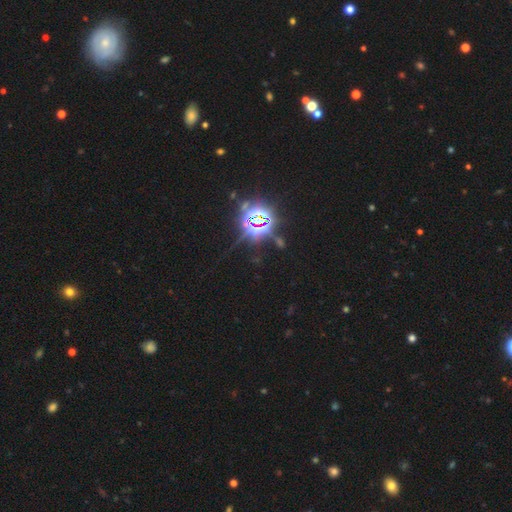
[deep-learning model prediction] The model was most divided on "smooth or featured": star or artifact: 84%, smooth: 10%, featured or disk: 6%.